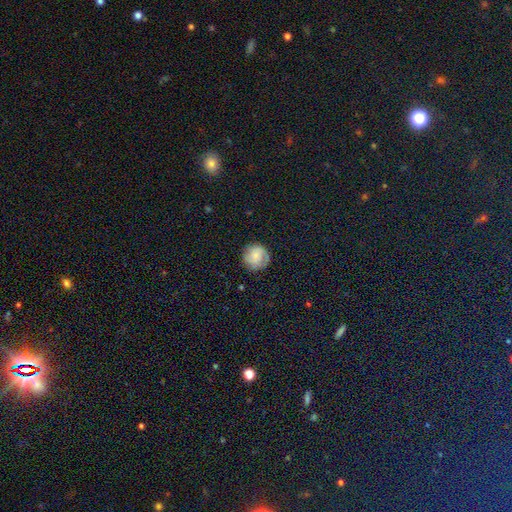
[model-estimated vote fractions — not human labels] Smooth or featured?
  - smooth: 51% *
  - featured or disk: 39%
  - star or artifact: 10%
How rounded?
  - round: 90% *
  - in between: 9%
  - cigar-shaped: 1%
Merging?
  - none: 78% *
  - minor disturbance: 15%
  - major disturbance: 6%
  - merger: 1%